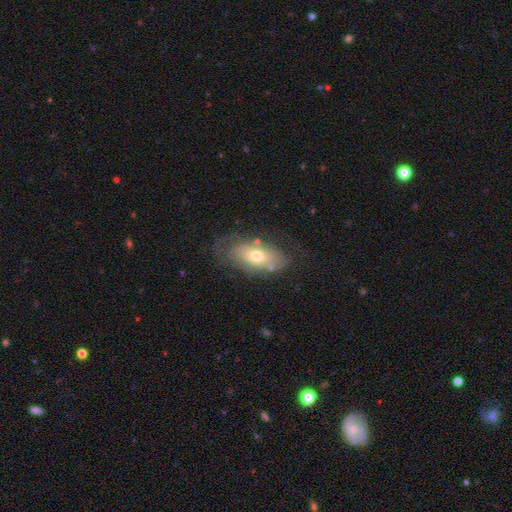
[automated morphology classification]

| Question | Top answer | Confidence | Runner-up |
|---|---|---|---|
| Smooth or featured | featured or disk | 54% | smooth (38%) |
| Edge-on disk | no | 85% | yes (15%) |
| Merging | none | 66% | minor disturbance (21%) |